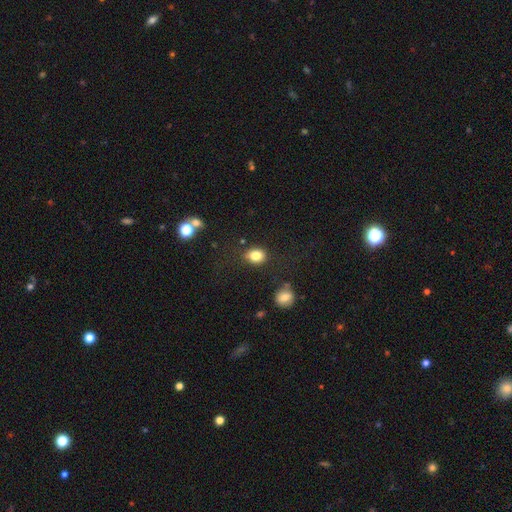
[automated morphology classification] smooth-or-featured: smooth: 82% | star or artifact: 11% | featured or disk: 7%
  how-rounded: in between: 53% | round: 45% | cigar-shaped: 1%
  merging: none: 78% | minor disturbance: 14% | major disturbance: 5% | merger: 4%